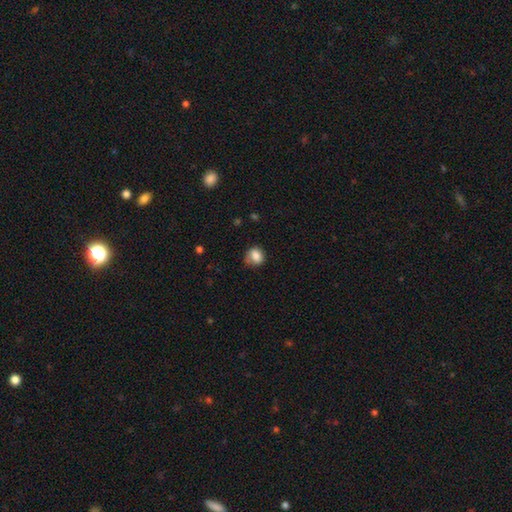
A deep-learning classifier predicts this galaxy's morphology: smooth_or_featured: smooth (p=0.81) [alt: featured or disk p=0.10]
how_rounded: round (p=0.57) [alt: in between p=0.41]
merging: none (p=0.57) [alt: minor disturbance p=0.30]